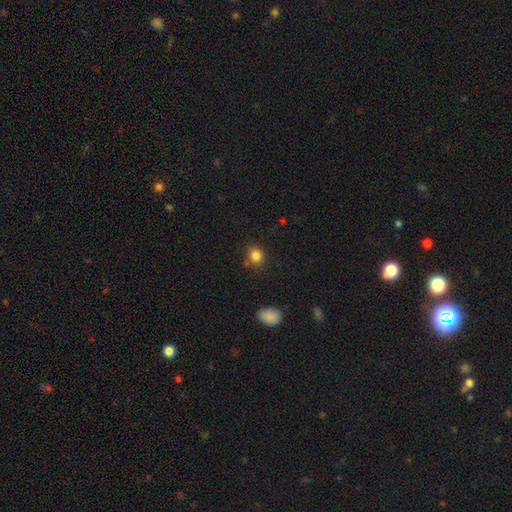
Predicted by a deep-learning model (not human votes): Smooth or featured?
  - smooth: 83% *
  - star or artifact: 11%
  - featured or disk: 5%
How rounded?
  - round: 70% *
  - in between: 29%
  - cigar-shaped: 1%
Merging?
  - none: 77% *
  - minor disturbance: 13%
  - merger: 6%
  - major disturbance: 3%